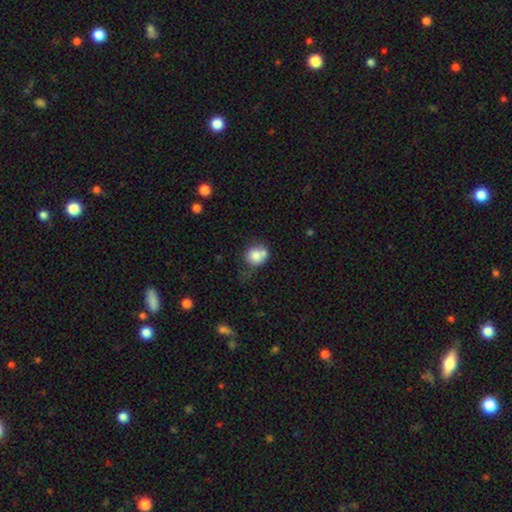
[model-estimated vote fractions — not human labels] Smooth or featured? smooth (76%)
How rounded? round (74%)
Merging? none (39%)